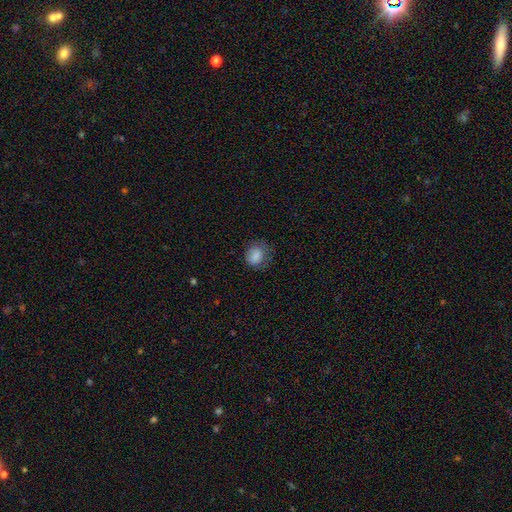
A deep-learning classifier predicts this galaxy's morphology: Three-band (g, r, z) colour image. It shows a smooth galaxy with no disk features (81%) that is round (59%). Merging: none (59%).